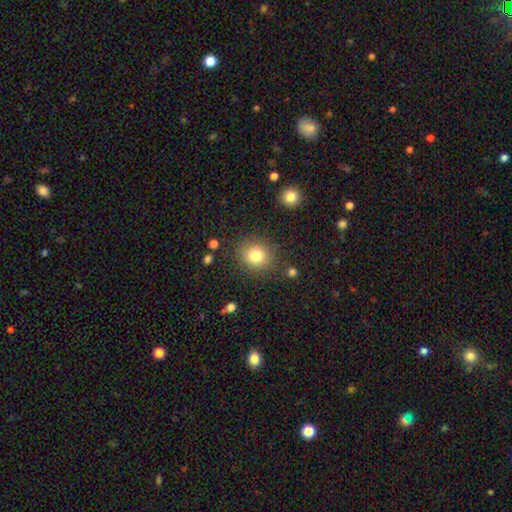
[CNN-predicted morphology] smooth 81%, star or artifact 11%, featured or disk 8%. Down the decision tree: how rounded — round (81%); merging — none (85%).